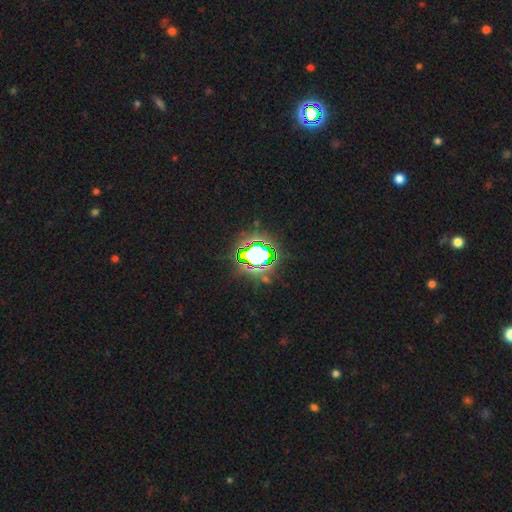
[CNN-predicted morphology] Smooth or featured?
  - star or artifact: 69% *
  - smooth: 18%
  - featured or disk: 13%